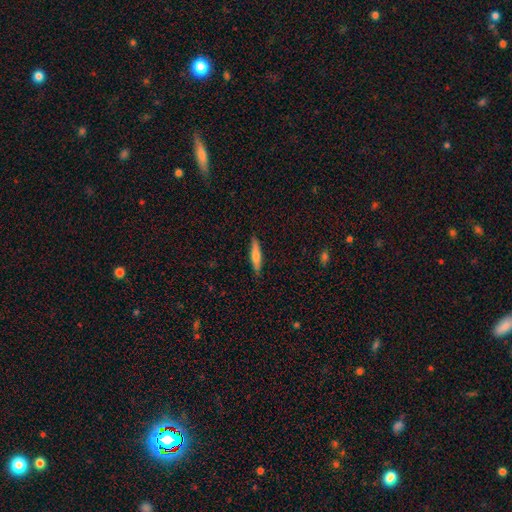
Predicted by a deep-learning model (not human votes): smooth_or_featured: smooth (p=0.65) [alt: featured or disk p=0.29]
how_rounded: cigar-shaped (p=0.87) [alt: in between p=0.11]
merging: none (p=0.89) [alt: minor disturbance p=0.08]